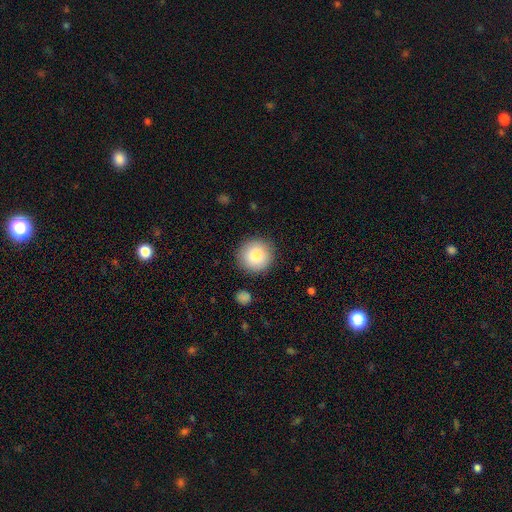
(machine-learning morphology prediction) The model was most divided on "smooth or featured": smooth: 81%, featured or disk: 10%, star or artifact: 9%. More confident: how rounded — round (95%); merging — none (89%).